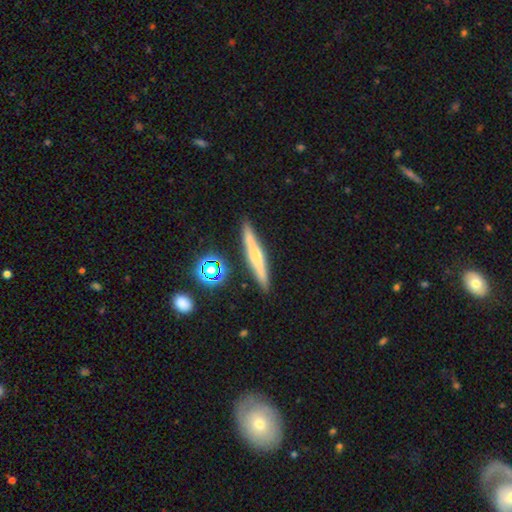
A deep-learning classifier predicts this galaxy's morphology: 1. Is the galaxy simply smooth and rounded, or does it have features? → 52% featured or disk, 38% smooth, 10% star or artifact.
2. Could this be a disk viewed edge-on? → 95% yes, 5% no.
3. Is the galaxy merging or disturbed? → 89% none, 8% minor disturbance, 2% merger, 2% major disturbance.